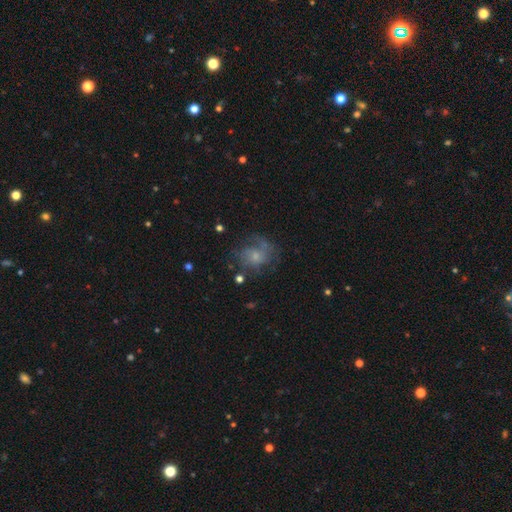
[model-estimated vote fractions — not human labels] Smooth or featured? Predicted: featured or disk (p=0.53). Edge-on disk? Predicted: no (p=0.97). Bar? Predicted: no (p=0.78). Spiral arms? Predicted: yes (p=0.71). Bulge size? Predicted: small (p=0.63). Merging? Predicted: none (p=0.49).